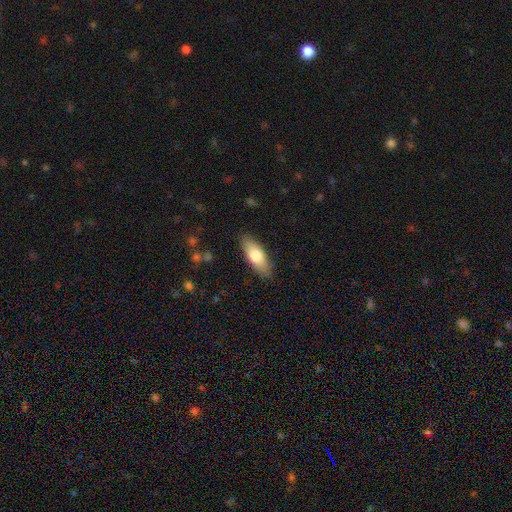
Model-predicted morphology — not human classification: The model was most divided on "how rounded": in between: 71%, cigar-shaped: 27%, round: 2%. More confident: merging — none (86%); smooth or featured — smooth (74%).